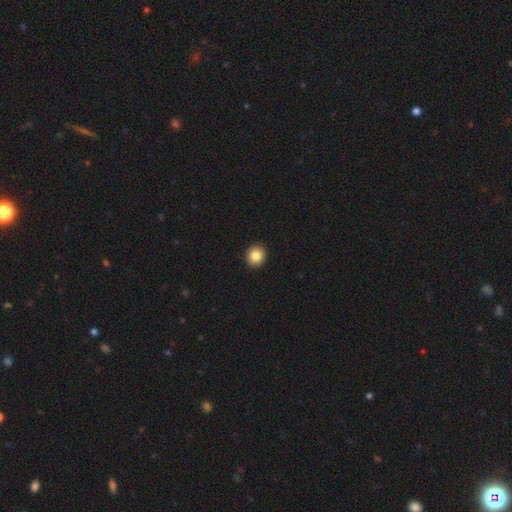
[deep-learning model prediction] Smooth or featured? smooth (84%)
How rounded? round (80%)
Merging? none (93%)